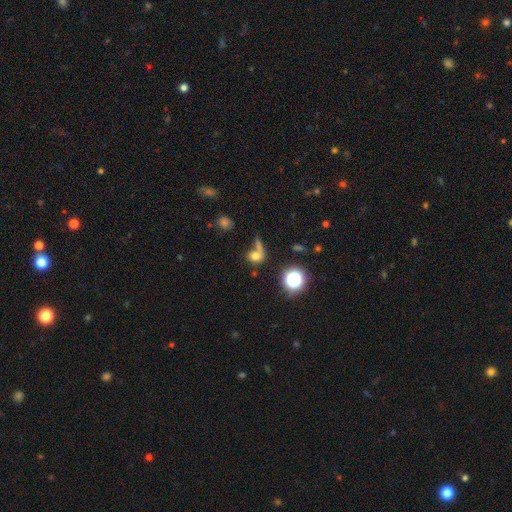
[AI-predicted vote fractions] A smooth galaxy with no disk features (67%) that is round (67%).

Vote fractions:
- Smooth or featured? smooth: 67% / star or artifact: 18% / featured or disk: 15%
- How rounded? round: 67% / in between: 30% / cigar-shaped: 3%
- Merging? none: 40% / merger: 29% / major disturbance: 17% / minor disturbance: 14%